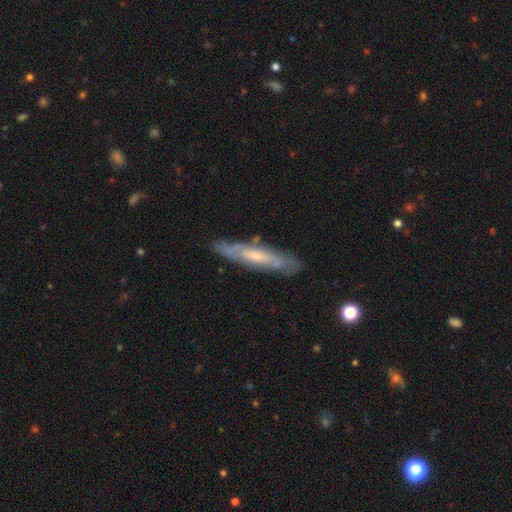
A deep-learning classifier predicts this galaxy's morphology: Q: Smooth or featured?
A: featured or disk (65%); runner-up: smooth (28%)
Q: Edge-on disk?
A: yes (54%); runner-up: no (46%)
Q: Merging?
A: none (80%); runner-up: minor disturbance (15%)